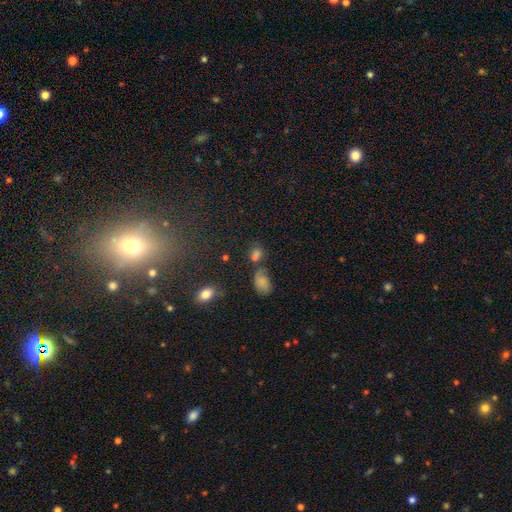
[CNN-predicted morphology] Smooth or featured: smooth — 65% (star or artifact — 22%)
How rounded: in between — 59% (round — 37%)
Merging: none — 46% (merger — 30%)